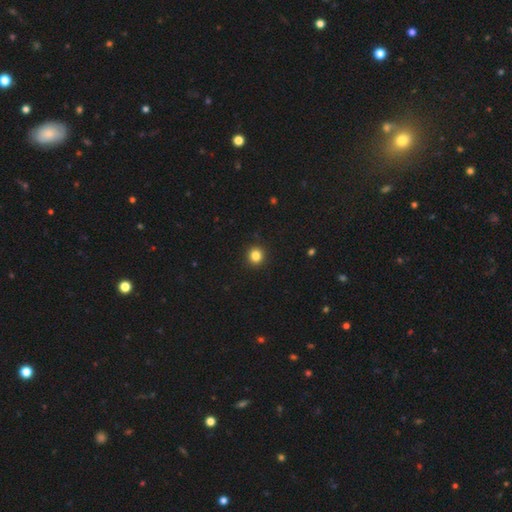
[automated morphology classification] smooth 84%, star or artifact 12%, featured or disk 4%. Down the decision tree: how rounded — round (93%); merging — none (93%).